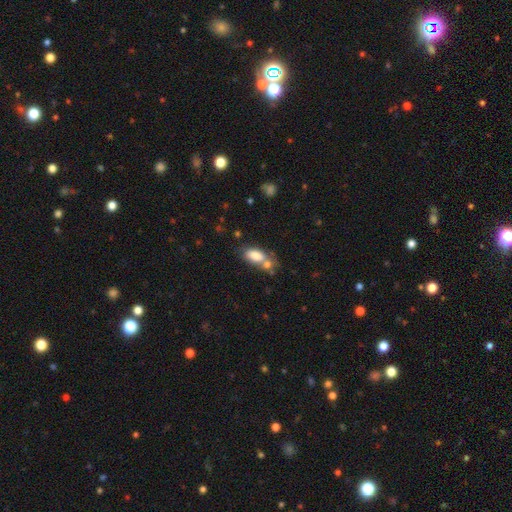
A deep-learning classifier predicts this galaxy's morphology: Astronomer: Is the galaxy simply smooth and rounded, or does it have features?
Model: smooth — 79%.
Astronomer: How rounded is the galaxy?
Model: in between — 89%.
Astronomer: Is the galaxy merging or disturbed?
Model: none — 42% (runner-up: merger, 35%).